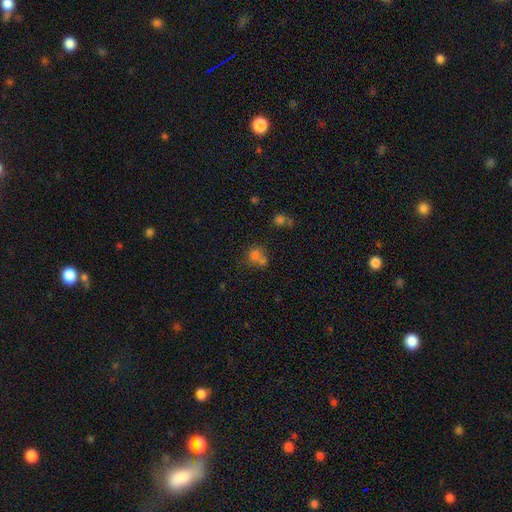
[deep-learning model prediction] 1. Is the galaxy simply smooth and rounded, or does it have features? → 69% smooth, 18% star or artifact, 14% featured or disk.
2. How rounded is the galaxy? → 72% round, 27% in between, 1% cigar-shaped.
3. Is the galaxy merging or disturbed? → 42% none, 39% merger, 12% minor disturbance, 7% major disturbance.